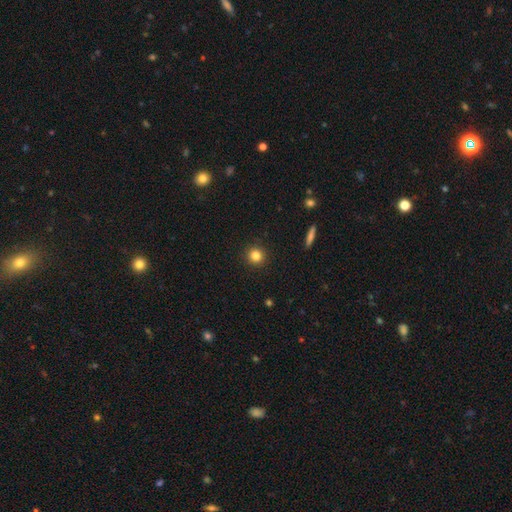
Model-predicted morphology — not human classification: Overall: smooth (83%). How rounded: round (93%). Merging: none (92%).